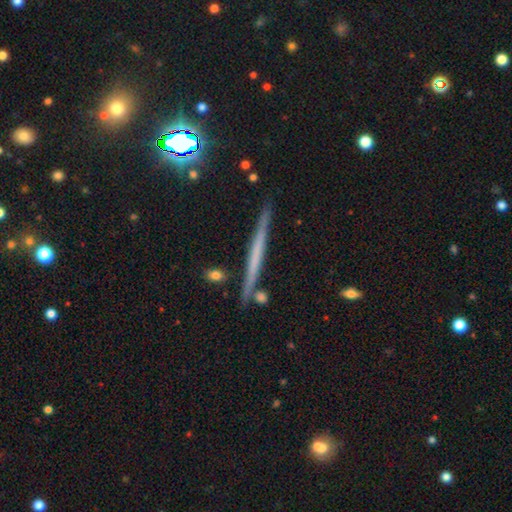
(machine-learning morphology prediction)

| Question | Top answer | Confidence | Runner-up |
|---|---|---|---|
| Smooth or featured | featured or disk | 56% | smooth (33%) |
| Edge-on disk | yes | 97% | no (3%) |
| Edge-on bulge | none | 86% | rounded (8%) |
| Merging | none | 86% | minor disturbance (9%) |